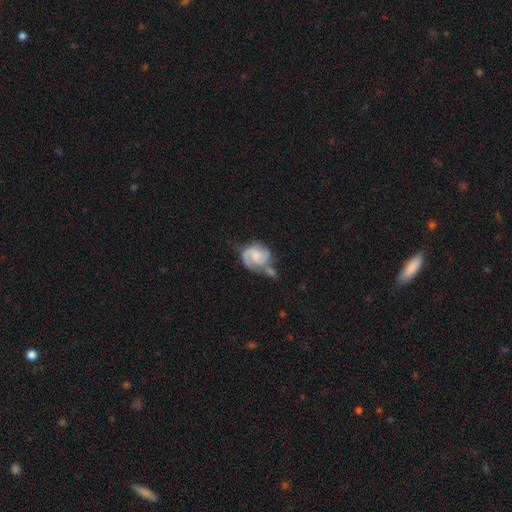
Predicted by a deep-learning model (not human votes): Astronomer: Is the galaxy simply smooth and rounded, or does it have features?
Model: featured or disk — 76%.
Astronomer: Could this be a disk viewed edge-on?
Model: no — 98%.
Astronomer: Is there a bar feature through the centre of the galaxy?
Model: no — 57% (runner-up: weak, 37%).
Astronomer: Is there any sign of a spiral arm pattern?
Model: yes — 94%.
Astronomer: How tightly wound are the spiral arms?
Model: medium — 47% (runner-up: tight, 36%).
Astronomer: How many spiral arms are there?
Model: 2 — 77%.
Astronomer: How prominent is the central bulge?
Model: small — 35% (runner-up: none, 34%).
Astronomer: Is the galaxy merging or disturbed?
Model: none — 35% (runner-up: merger, 31%).